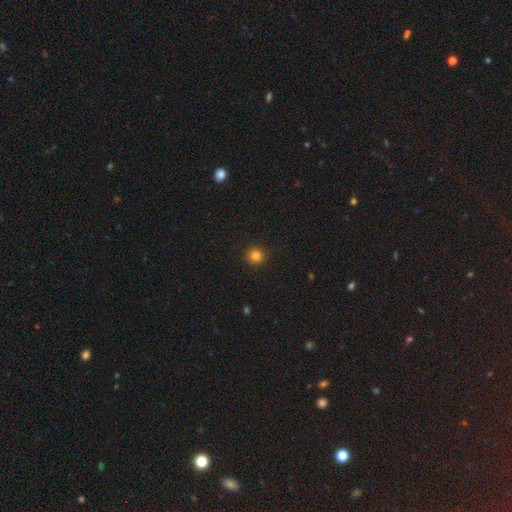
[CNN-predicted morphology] type=smooth (82%); roundness=round (94%); merging=none (92%).